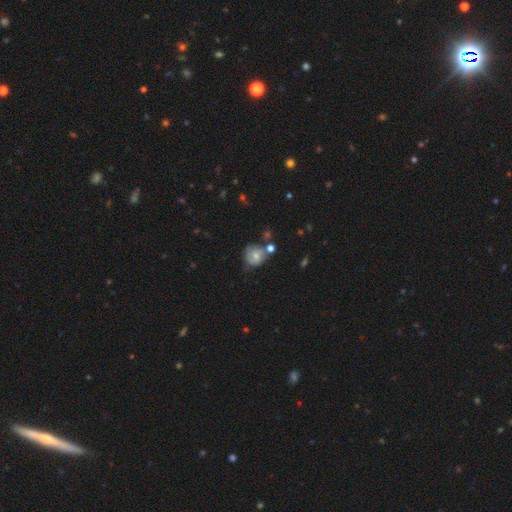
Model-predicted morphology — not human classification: A smooth galaxy with no disk features (49%). Merging: none (52%).